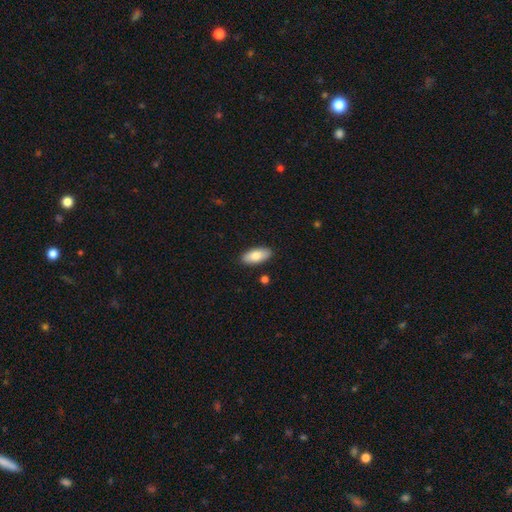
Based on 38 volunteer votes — Smooth or featured? smooth (79%)
How rounded? in between (83%)
Merging? none (91%)